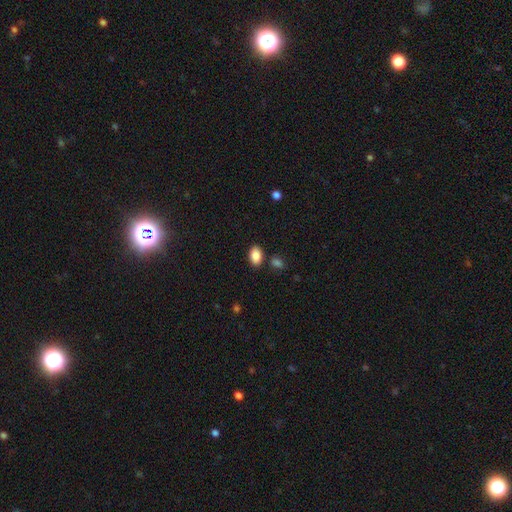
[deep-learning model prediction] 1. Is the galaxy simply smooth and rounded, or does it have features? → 88% smooth, 8% star or artifact, 5% featured or disk.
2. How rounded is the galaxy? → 88% in between, 10% round, 1% cigar-shaped.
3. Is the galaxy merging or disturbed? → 83% none, 9% minor disturbance, 5% merger, 2% major disturbance.